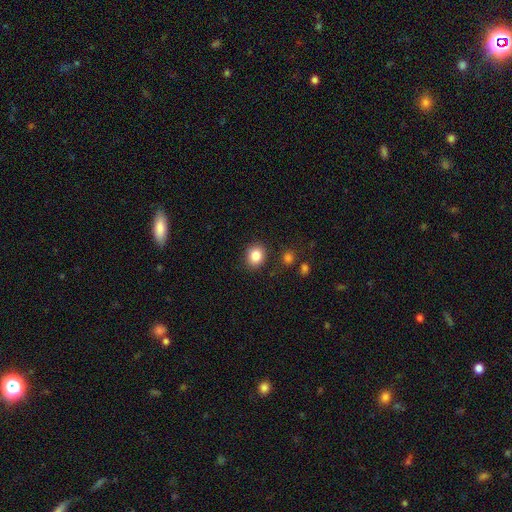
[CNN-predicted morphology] This is clearly a smooth galaxy (85%). How rounded: likely round (64%). Merging: clearly none (87%).